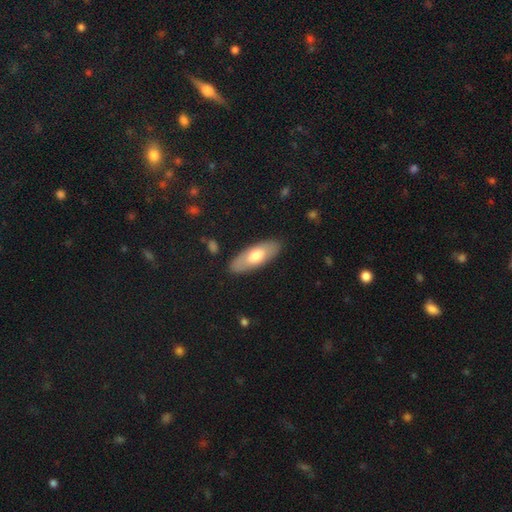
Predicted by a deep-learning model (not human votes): Smooth or featured? Predicted: smooth (p=0.63). How rounded? Predicted: in between (p=0.77). Merging? Predicted: none (p=0.86).